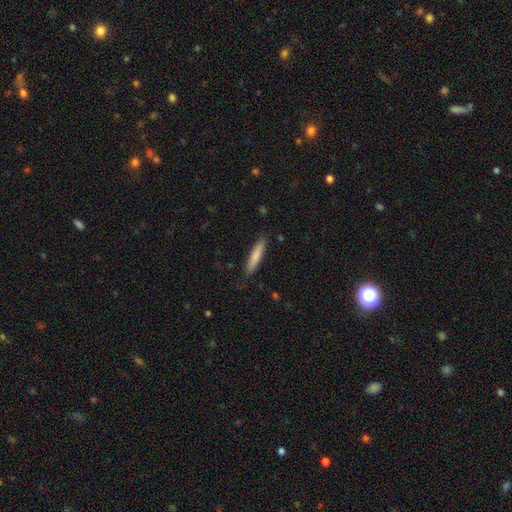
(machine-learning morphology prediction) Smooth or featured? Predicted: smooth (p=0.77). How rounded? Predicted: cigar-shaped (p=0.89). Merging? Predicted: none (p=0.87).